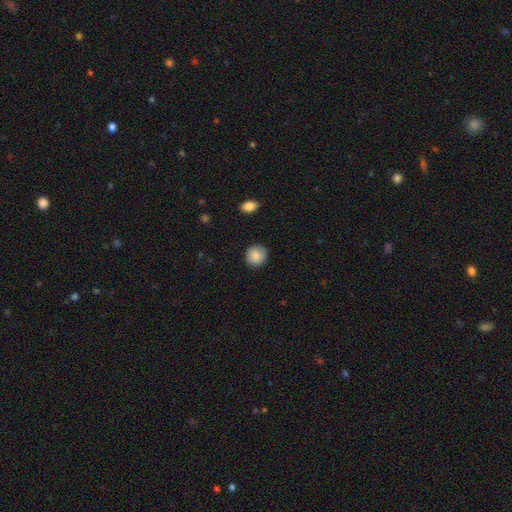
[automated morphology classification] A smooth galaxy with no disk features (87%) that is round (90%).

Vote fractions:
- Smooth or featured? smooth: 87% / star or artifact: 7% / featured or disk: 5%
- How rounded? round: 90% / in between: 10% / cigar-shaped: 1%
- Merging? none: 89% / minor disturbance: 7% / major disturbance: 2% / merger: 1%